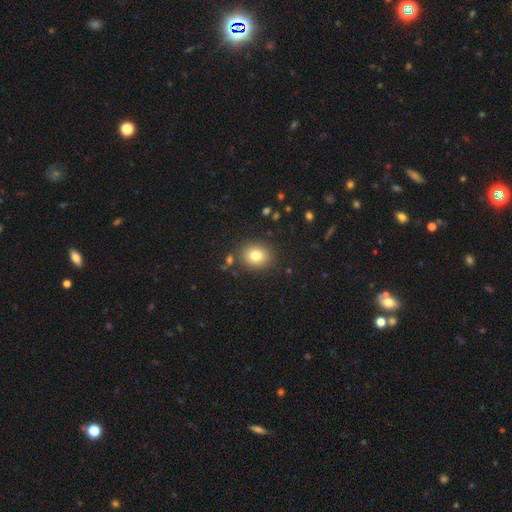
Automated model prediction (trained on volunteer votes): A smooth galaxy with no disk features (80%) that is round (64%).

Vote fractions:
- Smooth or featured? smooth: 80% / star or artifact: 11% / featured or disk: 9%
- How rounded? round: 64% / in between: 36% / cigar-shaped: 1%
- Merging? none: 86% / minor disturbance: 9% / merger: 3% / major disturbance: 3%